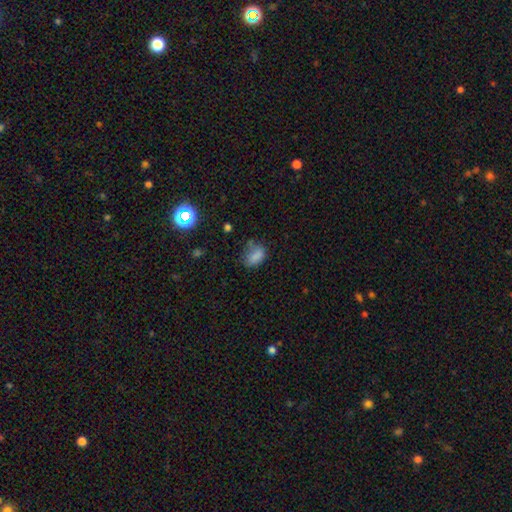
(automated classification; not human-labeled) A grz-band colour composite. It shows a smooth galaxy with no disk features (78%) that is in between round and cigar-shaped (80%). Merging: none (51%).